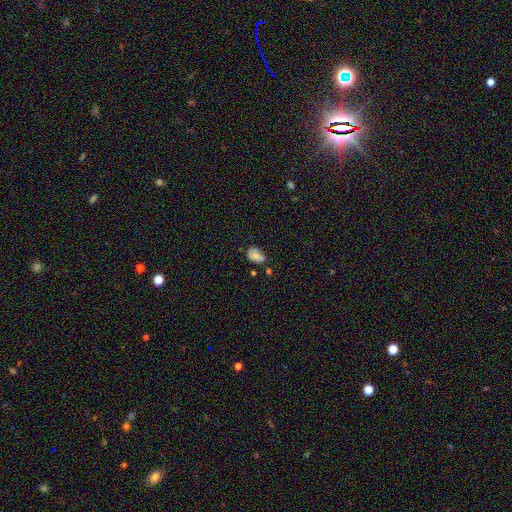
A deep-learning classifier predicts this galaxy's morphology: Overall: smooth (72%). How rounded: in between (84%). Merging: none (53%; minor disturbance 32%).